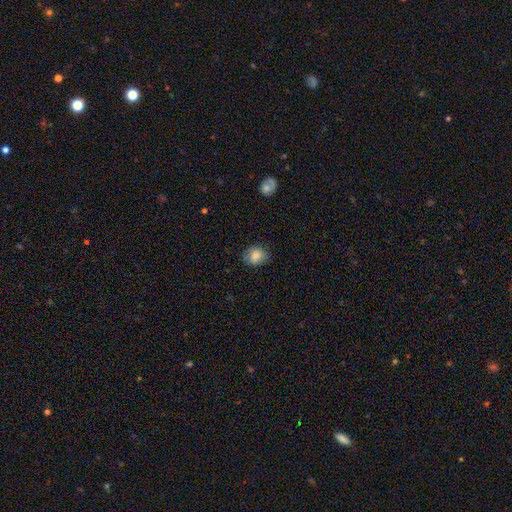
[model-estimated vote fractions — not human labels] smooth 84%, star or artifact 9%, featured or disk 8%. Down the decision tree: how rounded — round (52%); merging — none (80%).